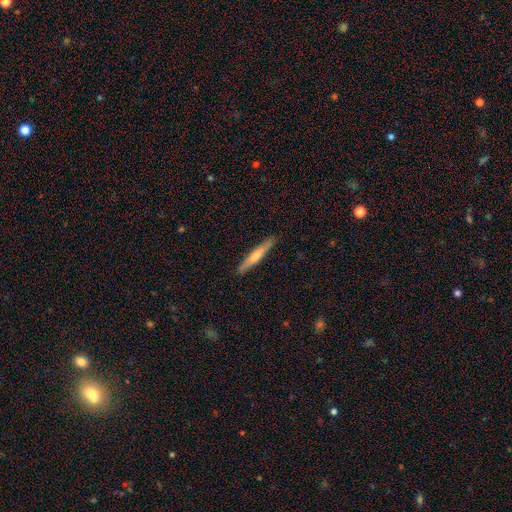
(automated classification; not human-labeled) A featured or disk galaxy (48%). Merging: none (90%).